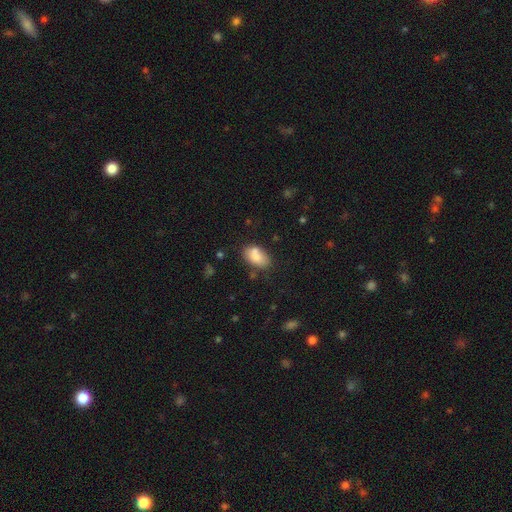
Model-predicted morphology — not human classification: Q: Smooth or featured?
A: smooth (80%); runner-up: featured or disk (12%)
Q: How rounded?
A: in between (90%); runner-up: round (8%)
Q: Merging?
A: none (57%); runner-up: minor disturbance (19%)